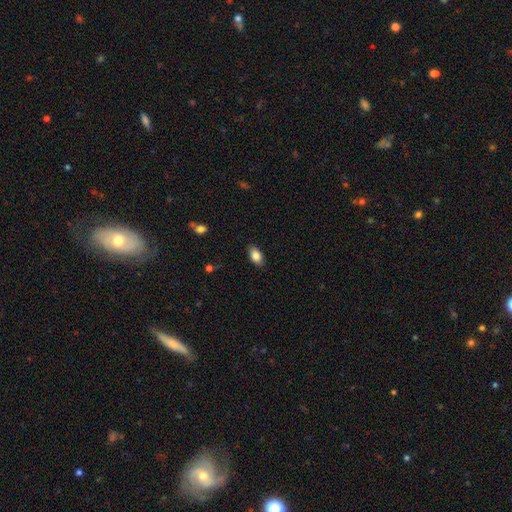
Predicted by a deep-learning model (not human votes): Overall: smooth (85%). How rounded: in between (92%). Merging: none (87%).